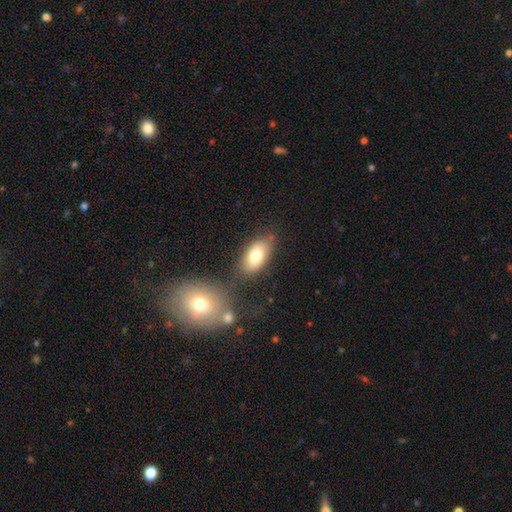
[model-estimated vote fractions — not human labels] smooth_or_featured: smooth (p=0.79) [alt: featured or disk p=0.14]
how_rounded: in between (p=0.90) [alt: cigar-shaped p=0.05]
merging: none (p=0.71) [alt: minor disturbance p=0.16]